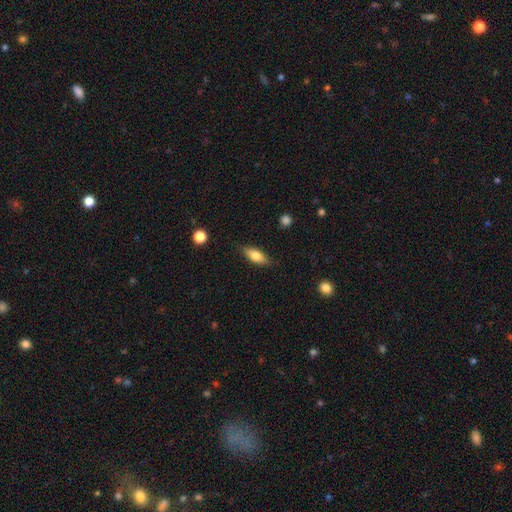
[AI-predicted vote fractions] A smooth galaxy with no disk features (68%) that is in between round and cigar-shaped (68%).

Vote fractions:
- Smooth or featured? smooth: 68% / featured or disk: 25% / star or artifact: 7%
- How rounded? in between: 68% / cigar-shaped: 29% / round: 3%
- Merging? none: 84% / minor disturbance: 12% / major disturbance: 3% / merger: 1%